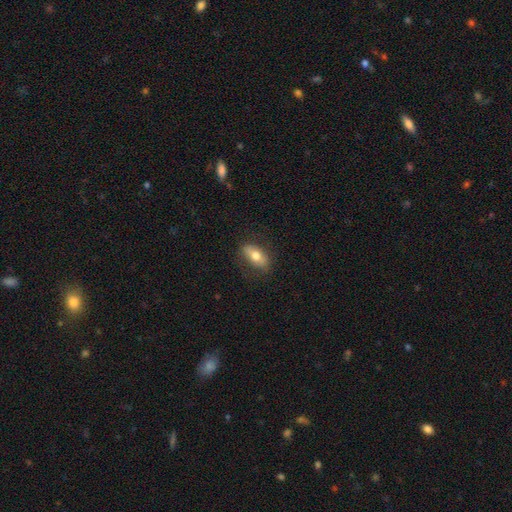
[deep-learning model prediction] A smooth galaxy with no disk features (68%) that is in between round and cigar-shaped (82%). Merging: none (80%).